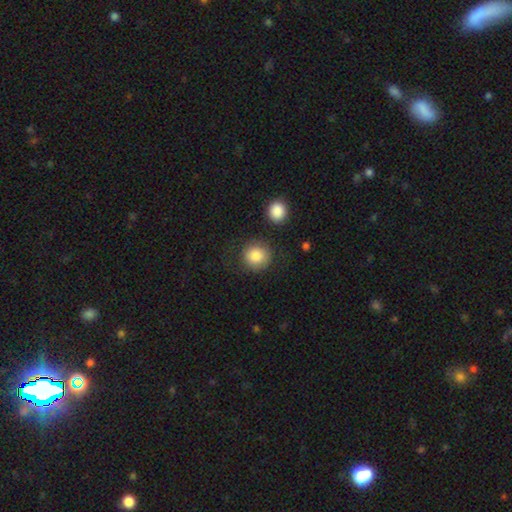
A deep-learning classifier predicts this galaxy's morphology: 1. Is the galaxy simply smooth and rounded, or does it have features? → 86% smooth, 8% star or artifact, 6% featured or disk.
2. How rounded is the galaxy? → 91% round, 8% in between, 1% cigar-shaped.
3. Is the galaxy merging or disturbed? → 79% none, 11% minor disturbance, 5% major disturbance, 4% merger.